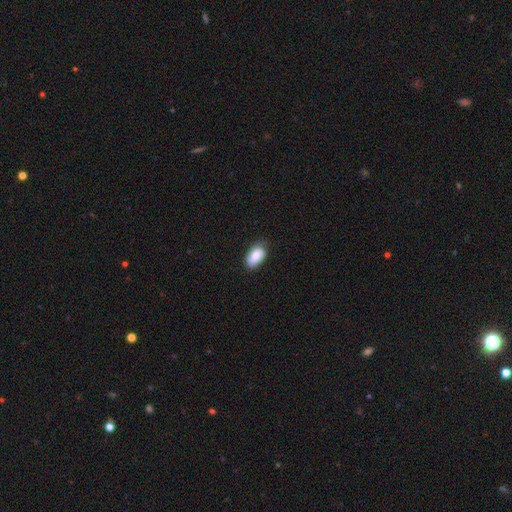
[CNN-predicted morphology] A smooth galaxy with no disk features (76%) that is in between round and cigar-shaped (93%).

Vote fractions:
- Smooth or featured? smooth: 76% / featured or disk: 17% / star or artifact: 7%
- How rounded? in between: 93% / round: 5% / cigar-shaped: 2%
- Merging? none: 74% / minor disturbance: 21% / major disturbance: 4% / merger: 1%